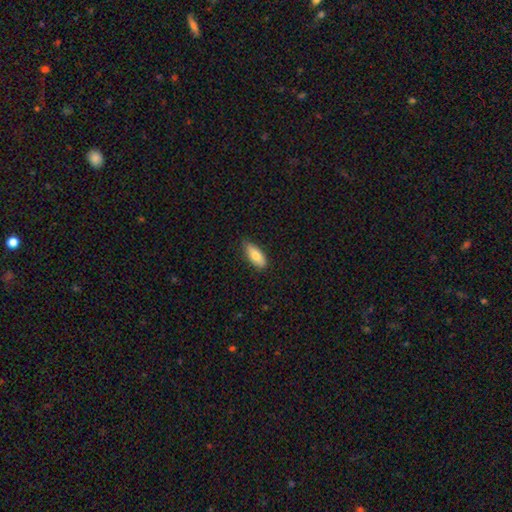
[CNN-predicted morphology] Smooth or featured?
  - smooth: 77% *
  - featured or disk: 16%
  - star or artifact: 6%
How rounded?
  - in between: 77% *
  - cigar-shaped: 21%
  - round: 2%
Merging?
  - none: 80% *
  - minor disturbance: 17%
  - major disturbance: 2%
  - merger: 1%